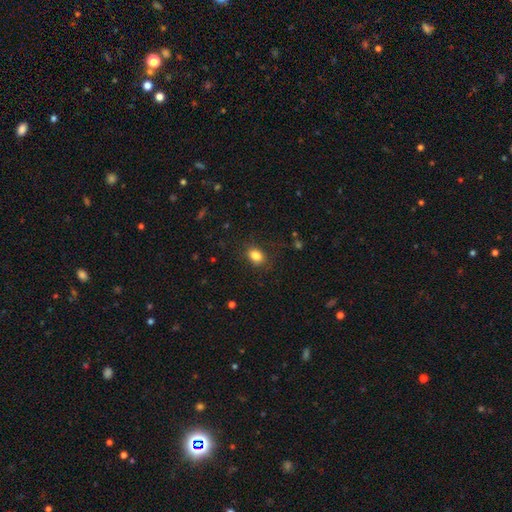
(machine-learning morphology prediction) Overall: smooth (84%). How rounded: in between (72%). Merging: none (81%).